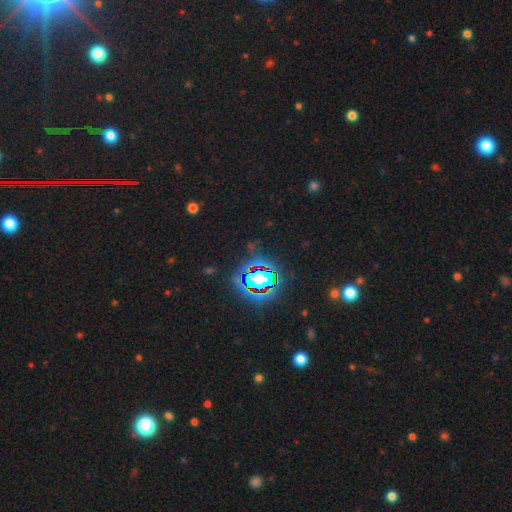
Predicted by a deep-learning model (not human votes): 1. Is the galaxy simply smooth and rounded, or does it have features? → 82% star or artifact, 11% smooth, 7% featured or disk.